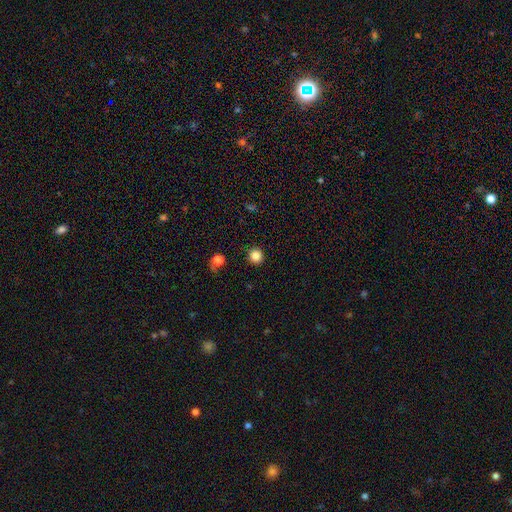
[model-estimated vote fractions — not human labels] Smooth or featured? smooth (84%)
How rounded? round (95%)
Merging? none (92%)